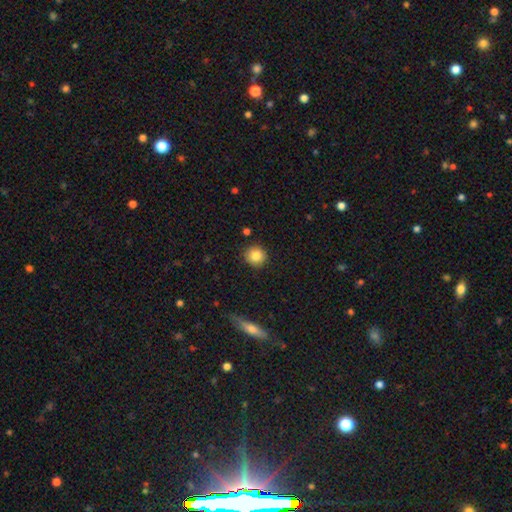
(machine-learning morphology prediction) This is clearly a smooth galaxy (84%). How rounded: clearly round (92%). Merging: clearly none (90%).